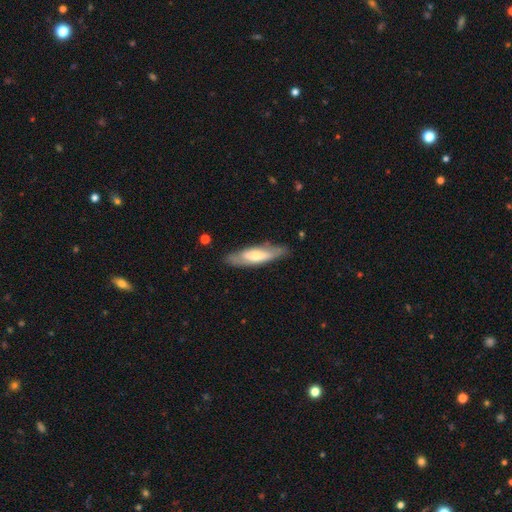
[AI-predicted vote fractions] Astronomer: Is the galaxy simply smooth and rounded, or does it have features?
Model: featured or disk — 49% (runner-up: smooth, 45%).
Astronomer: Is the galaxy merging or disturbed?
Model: none — 79%.